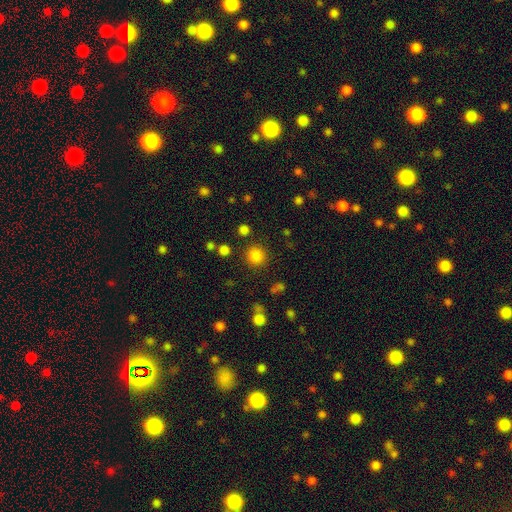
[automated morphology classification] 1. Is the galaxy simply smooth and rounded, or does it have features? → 83% smooth, 13% star or artifact, 4% featured or disk.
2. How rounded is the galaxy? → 93% round, 6% in between, 1% cigar-shaped.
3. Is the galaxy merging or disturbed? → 88% none, 6% minor disturbance, 3% major disturbance, 3% merger.